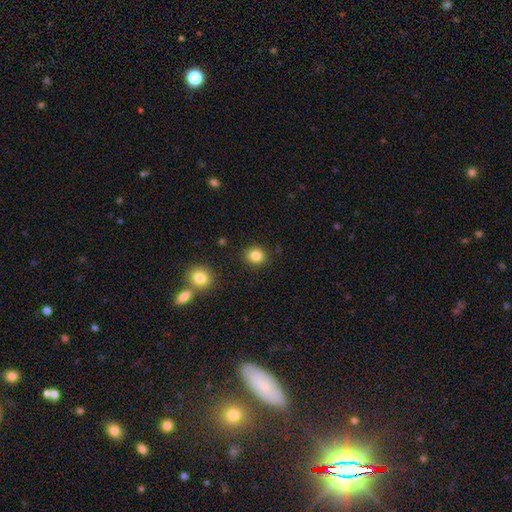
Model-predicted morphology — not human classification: smooth 84%, star or artifact 11%, featured or disk 5%. Down the decision tree: how rounded — round (89%); merging — none (89%).